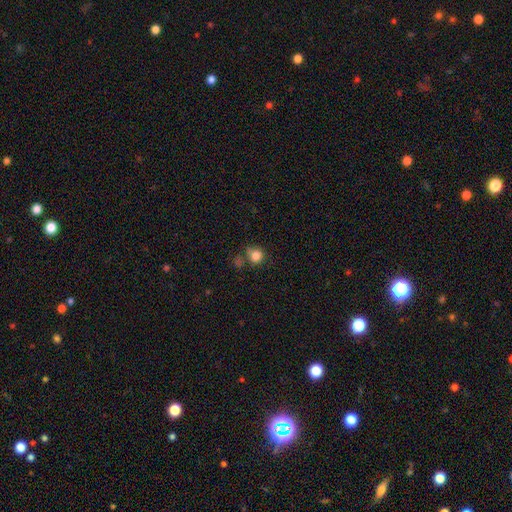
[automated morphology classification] Smooth or featured: smooth — 82% (star or artifact — 12%)
How rounded: round — 83% (in between — 16%)
Merging: none — 60% (minor disturbance — 19%)